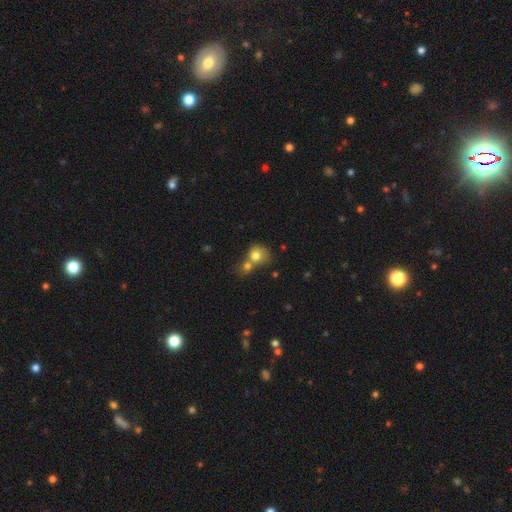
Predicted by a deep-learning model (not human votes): A smooth galaxy with no disk features (76%) that is round (75%). Merging: merger (60%).